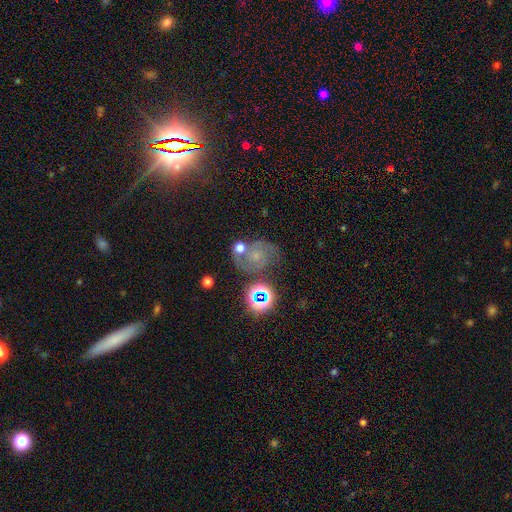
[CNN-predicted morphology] Smooth or featured: featured or disk — 54% (star or artifact — 27%)
Edge-on disk: no — 97% (yes — 3%)
Bar: no — 70% (weak — 24%)
Spiral arms: yes — 86% (no — 14%)
Bulge size: small — 51% (moderate — 36%)
Merging: none — 56% (minor disturbance — 17%)